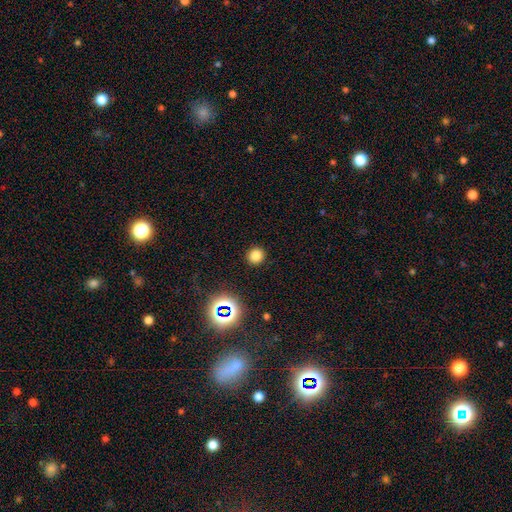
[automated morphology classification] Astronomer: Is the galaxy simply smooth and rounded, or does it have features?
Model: smooth — 77%.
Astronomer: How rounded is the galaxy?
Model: round — 91%.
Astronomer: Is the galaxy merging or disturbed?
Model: none — 91%.